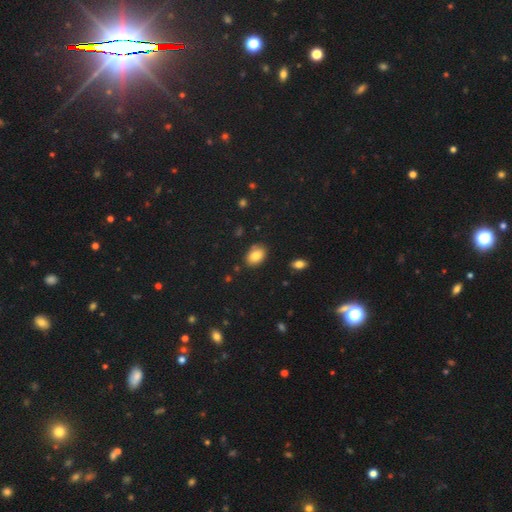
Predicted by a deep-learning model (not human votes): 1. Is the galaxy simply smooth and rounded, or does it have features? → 83% smooth, 9% star or artifact, 8% featured or disk.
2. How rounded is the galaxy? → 80% in between, 19% round, 1% cigar-shaped.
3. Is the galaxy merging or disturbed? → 84% none, 12% minor disturbance, 2% major disturbance, 2% merger.